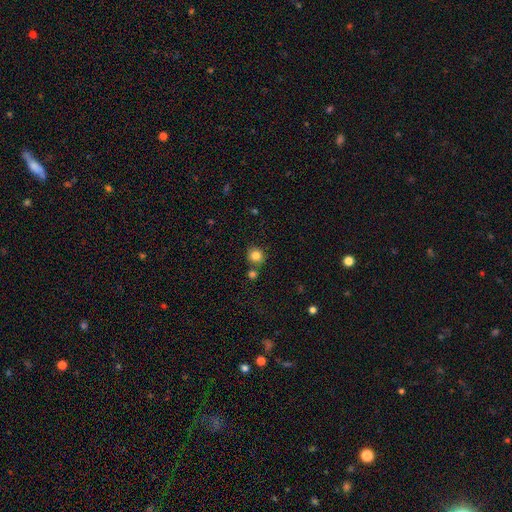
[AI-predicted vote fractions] Smooth or featured?
  - smooth: 84% *
  - star or artifact: 11%
  - featured or disk: 5%
How rounded?
  - round: 89% *
  - in between: 10%
  - cigar-shaped: 1%
Merging?
  - none: 76% *
  - merger: 13%
  - minor disturbance: 9%
  - major disturbance: 3%